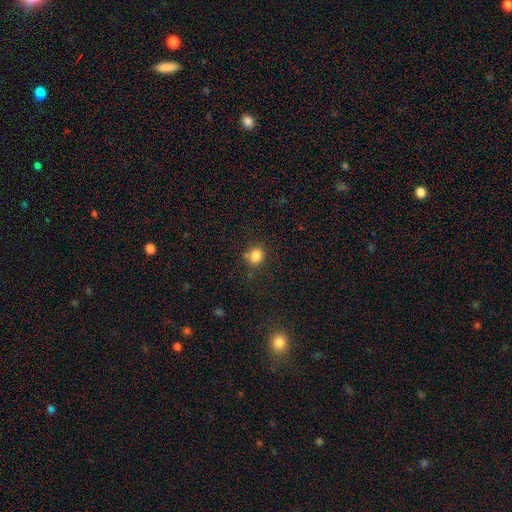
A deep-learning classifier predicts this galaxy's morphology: Overall: smooth (83%). How rounded: round (68%; in between 31%). Merging: none (72%).